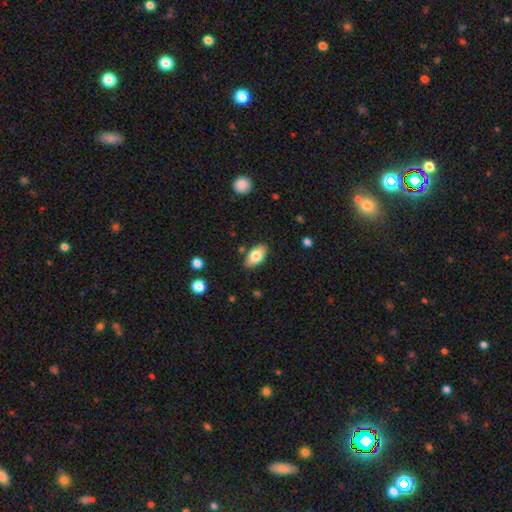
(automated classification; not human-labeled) Overall: smooth (77%). How rounded: in between (91%). Merging: none (84%).